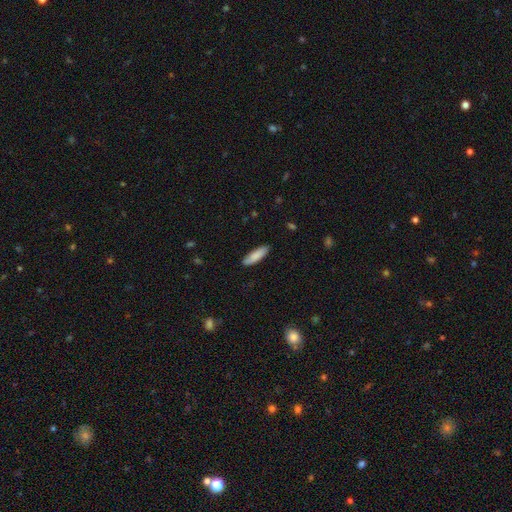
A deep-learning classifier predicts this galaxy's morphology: smooth 85%, featured or disk 9%, star or artifact 6%. Down the decision tree: how rounded — cigar-shaped (52%); merging — none (85%).